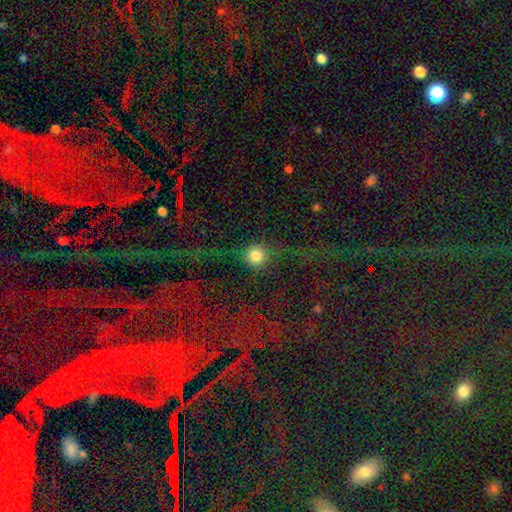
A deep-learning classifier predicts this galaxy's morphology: Smooth or featured?
  - smooth: 71% *
  - star or artifact: 15%
  - featured or disk: 15%
How rounded?
  - round: 92% *
  - in between: 6%
  - cigar-shaped: 2%
Merging?
  - none: 69% *
  - minor disturbance: 15%
  - major disturbance: 13%
  - merger: 4%